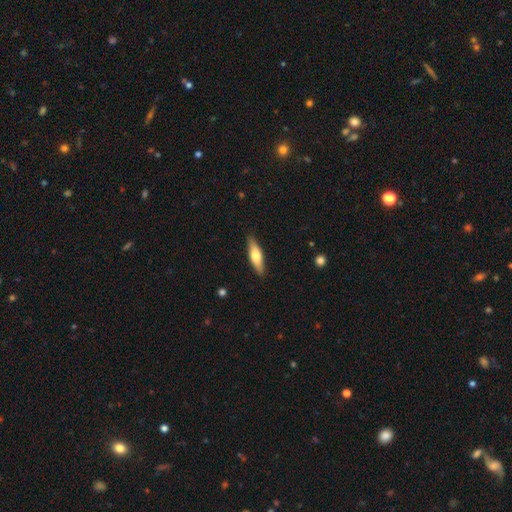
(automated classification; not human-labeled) A smooth galaxy with no disk features (59%) that is cigar-shaped (59%).

Vote fractions:
- Smooth or featured? smooth: 59% / featured or disk: 36% / star or artifact: 5%
- How rounded? cigar-shaped: 59% / in between: 39% / round: 2%
- Merging? none: 89% / minor disturbance: 9% / major disturbance: 2% / merger: 1%